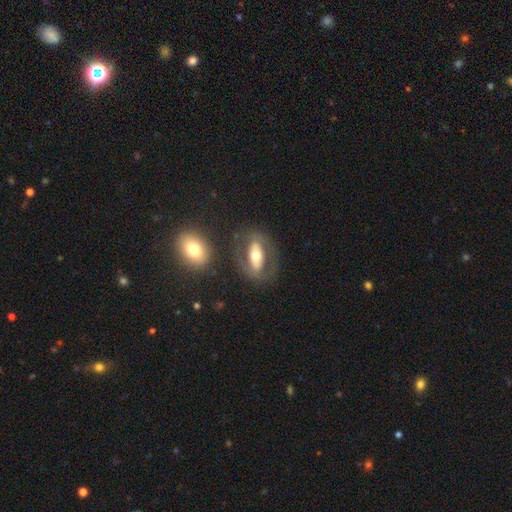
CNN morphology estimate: smooth_or_featured: featured or disk (p=0.56) [alt: smooth p=0.38]
disk_edge_on: no (p=0.82) [alt: yes p=0.18]
merging: none (p=0.69) [alt: minor disturbance p=0.14]